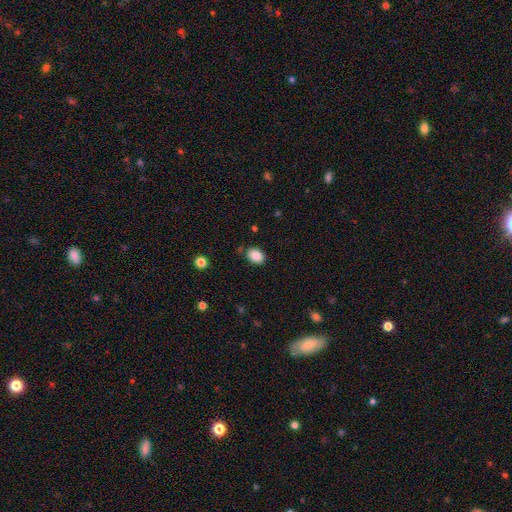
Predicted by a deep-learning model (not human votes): This is clearly a smooth galaxy (87%). How rounded: likely in between (67%). Merging: likely none (79%).